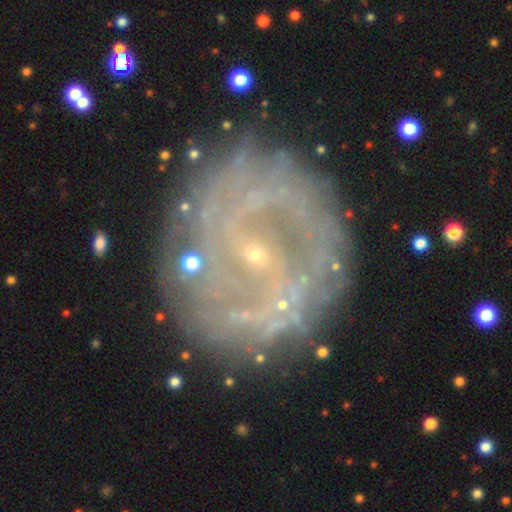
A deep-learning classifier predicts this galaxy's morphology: Smooth or featured? featured or disk (77%)
Edge-on disk? no (96%)
Bar? weak (41%)
Spiral arms? yes (76%)
Spiral winding? tight (50%)
Spiral arm count? 2 (40%)
Bulge size? small (86%)
Merging? none (78%)